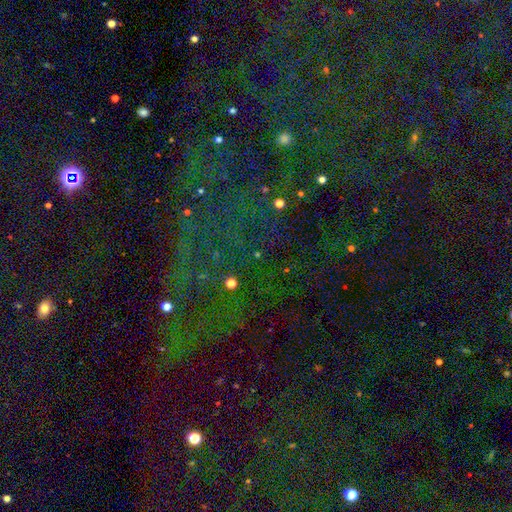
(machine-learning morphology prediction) Smooth or featured: star or artifact — 82% (smooth — 11%)